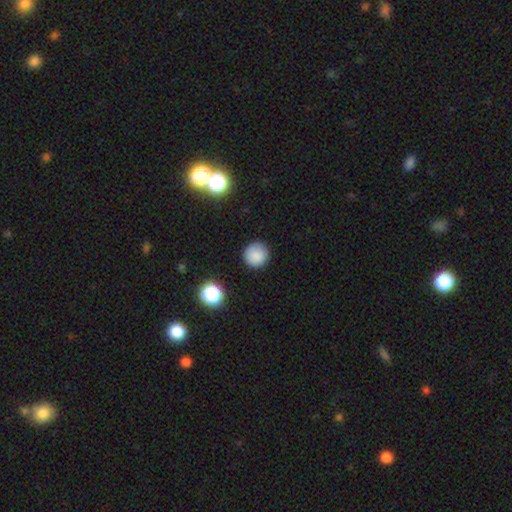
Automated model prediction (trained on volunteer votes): Smooth or featured?
  - smooth: 85% *
  - star or artifact: 11%
  - featured or disk: 4%
How rounded?
  - round: 95% *
  - in between: 4%
  - cigar-shaped: 1%
Merging?
  - none: 90% *
  - minor disturbance: 7%
  - major disturbance: 2%
  - merger: 1%